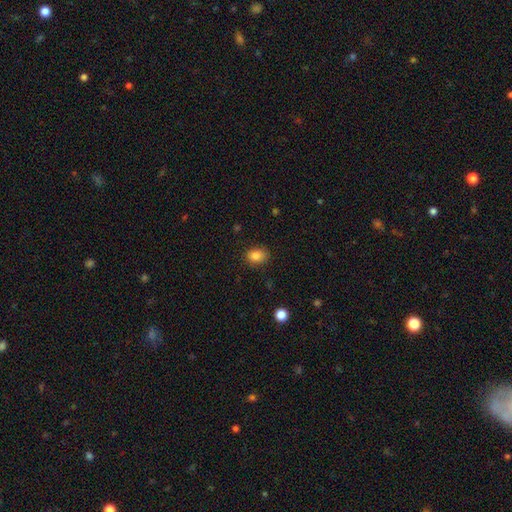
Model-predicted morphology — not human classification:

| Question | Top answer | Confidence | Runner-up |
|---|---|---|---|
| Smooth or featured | smooth | 85% | star or artifact (10%) |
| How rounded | in between | 62% | round (37%) |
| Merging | none | 83% | minor disturbance (13%) |